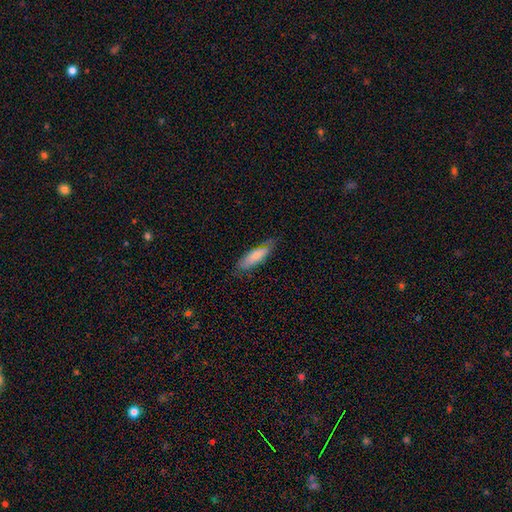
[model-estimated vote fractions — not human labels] Smooth or featured: smooth — 74% (featured or disk — 20%)
How rounded: in between — 50% (cigar-shaped — 49%)
Merging: none — 71% (minor disturbance — 23%)